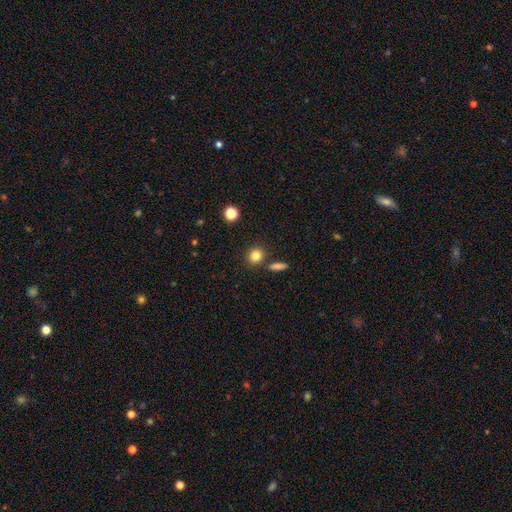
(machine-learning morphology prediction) This appears to be a smooth galaxy with no disk features (83%) that is round (81%). Merging: none (81%).